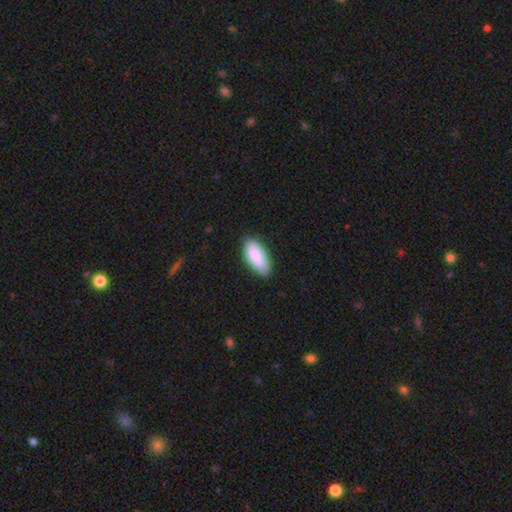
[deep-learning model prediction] smooth_or_featured: smooth (p=0.89) [alt: star or artifact p=0.06]
how_rounded: in between (p=0.89) [alt: cigar-shaped p=0.09]
merging: none (p=0.81) [alt: minor disturbance p=0.15]